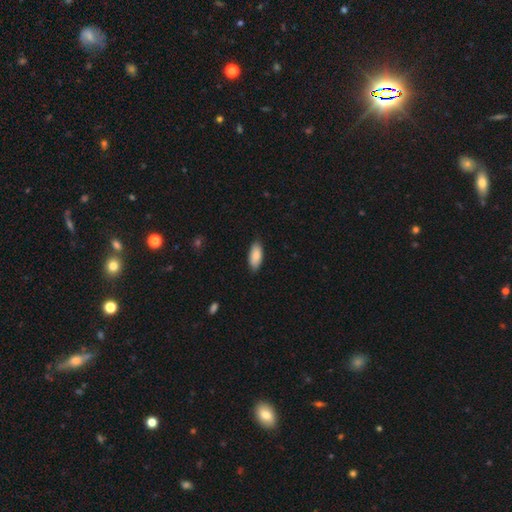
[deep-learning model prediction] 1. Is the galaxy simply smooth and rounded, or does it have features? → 87% smooth, 7% featured or disk, 6% star or artifact.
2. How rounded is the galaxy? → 87% in between, 11% cigar-shaped, 2% round.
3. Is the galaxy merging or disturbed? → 86% none, 11% minor disturbance, 2% major disturbance, 1% merger.